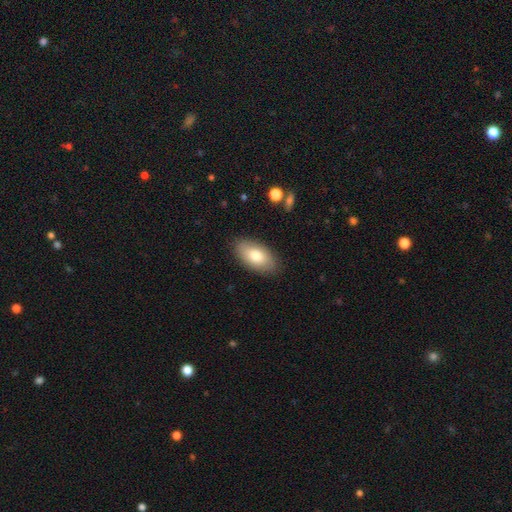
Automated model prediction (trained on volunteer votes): This is likely a smooth galaxy (79%). How rounded: clearly in between (93%). Merging: clearly none (87%).